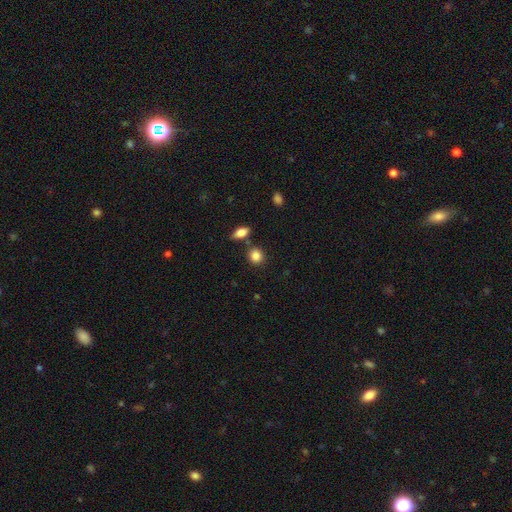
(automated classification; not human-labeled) Overall: smooth (86%). How rounded: round (77%). Merging: none (76%).